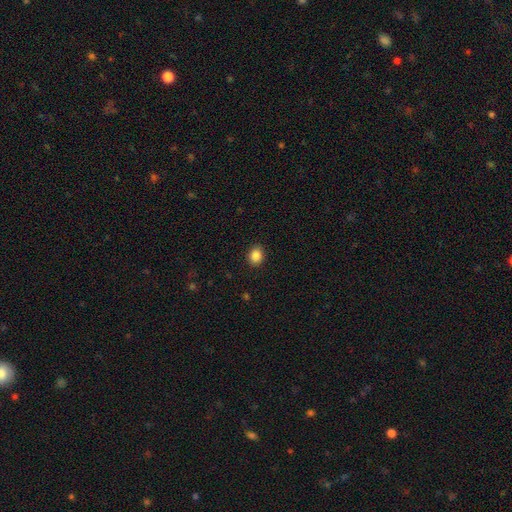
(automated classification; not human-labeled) Smooth or featured? smooth (87%)
How rounded? round (54%)
Merging? none (90%)